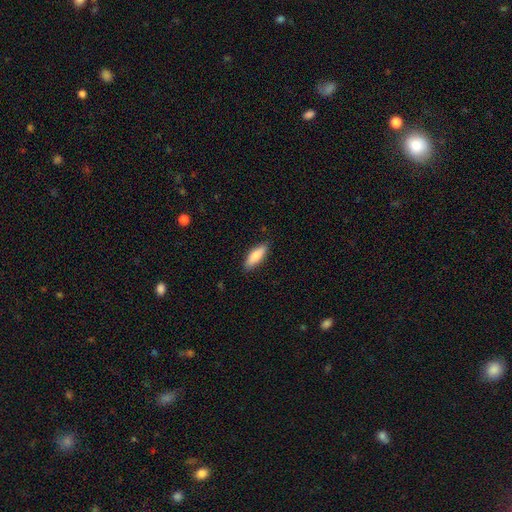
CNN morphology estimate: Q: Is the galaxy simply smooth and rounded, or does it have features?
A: smooth — 78%.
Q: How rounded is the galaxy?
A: in between — 57%.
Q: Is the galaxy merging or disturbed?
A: none — 87%.